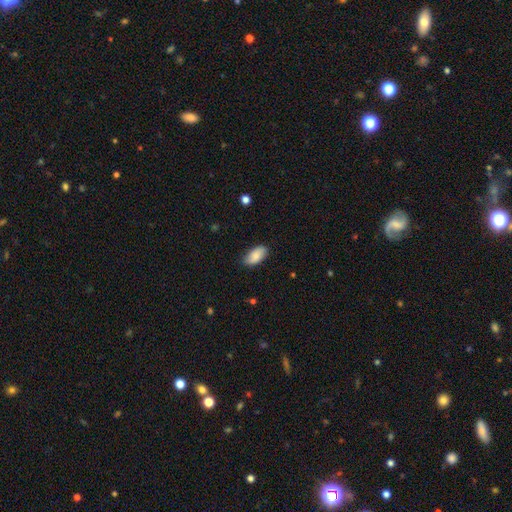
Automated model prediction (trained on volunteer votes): smooth-or-featured: smooth: 83% | featured or disk: 11% | star or artifact: 6%
  how-rounded: in between: 93% | cigar-shaped: 4% | round: 3%
  merging: none: 84% | minor disturbance: 13% | major disturbance: 2% | merger: 1%